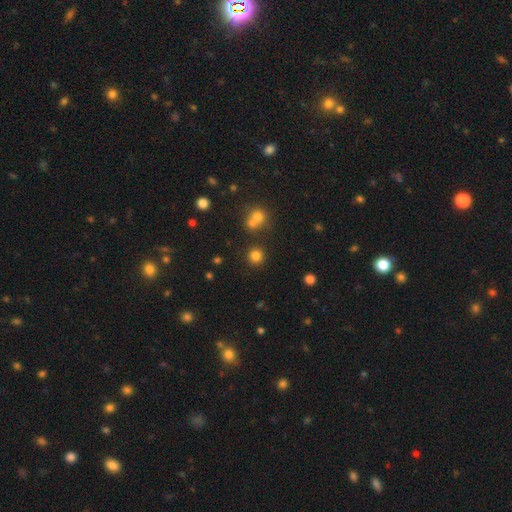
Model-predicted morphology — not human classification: This is likely a smooth galaxy (79%). How rounded: clearly round (93%). Merging: clearly none (83%).